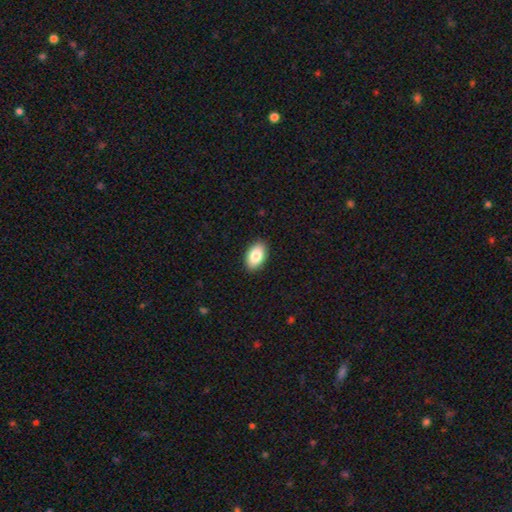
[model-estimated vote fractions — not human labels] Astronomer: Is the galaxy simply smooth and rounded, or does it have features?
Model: smooth — 85%.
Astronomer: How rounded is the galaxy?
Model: in between — 93%.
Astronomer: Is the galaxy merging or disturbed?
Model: none — 90%.